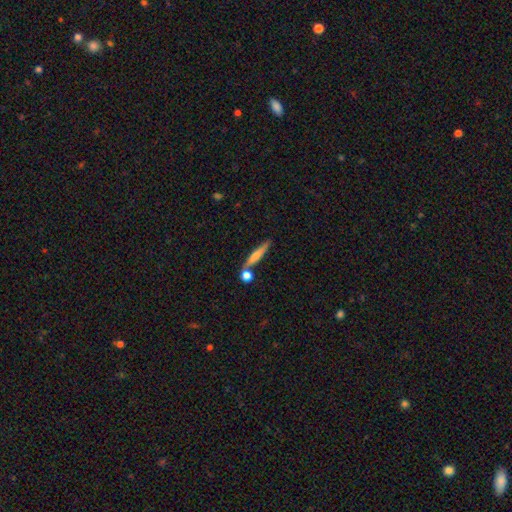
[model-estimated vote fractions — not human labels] Smooth or featured? smooth (61%)
How rounded? cigar-shaped (86%)
Merging? none (67%)